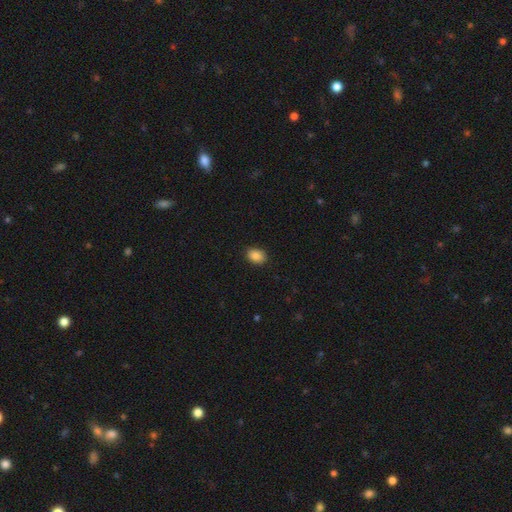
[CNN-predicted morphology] A smooth galaxy with no disk features (87%) that is in between round and cigar-shaped (70%).

Vote fractions:
- Smooth or featured? smooth: 87% / star or artifact: 9% / featured or disk: 4%
- How rounded? in between: 70% / round: 29% / cigar-shaped: 1%
- Merging? none: 89% / minor disturbance: 8% / major disturbance: 2% / merger: 1%